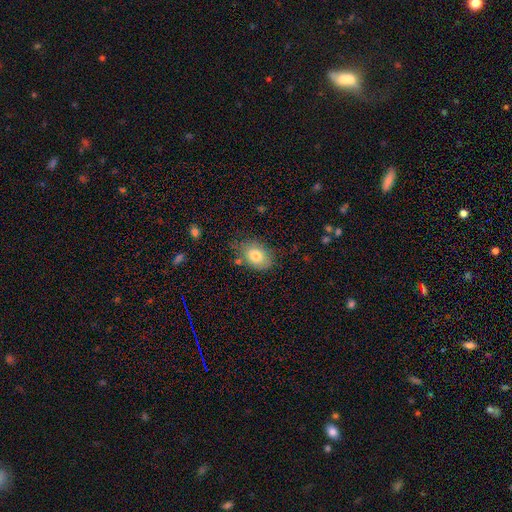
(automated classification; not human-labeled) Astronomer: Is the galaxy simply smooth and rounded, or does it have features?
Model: smooth — 80%.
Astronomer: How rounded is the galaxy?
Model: in between — 78%.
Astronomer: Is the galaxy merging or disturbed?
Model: none — 68%.